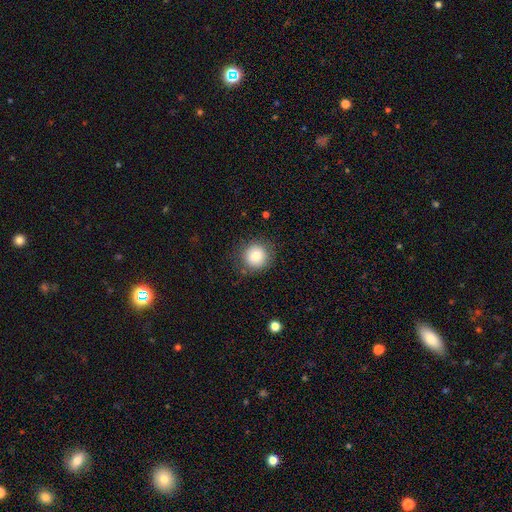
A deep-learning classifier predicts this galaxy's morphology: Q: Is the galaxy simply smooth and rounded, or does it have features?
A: smooth — 78%.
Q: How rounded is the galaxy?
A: round — 93%.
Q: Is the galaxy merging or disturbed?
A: none — 84%.